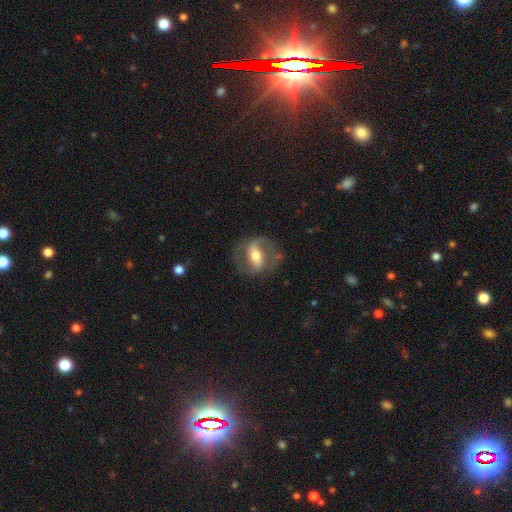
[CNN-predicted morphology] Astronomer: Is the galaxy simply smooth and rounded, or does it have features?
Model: featured or disk — 72%.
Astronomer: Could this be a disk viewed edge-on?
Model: no — 91%.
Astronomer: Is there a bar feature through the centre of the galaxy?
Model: strong — 53% (runner-up: weak, 31%).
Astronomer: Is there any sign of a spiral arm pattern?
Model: yes — 75%.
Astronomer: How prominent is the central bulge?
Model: moderate — 66%.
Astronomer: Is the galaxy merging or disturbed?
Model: none — 69%.